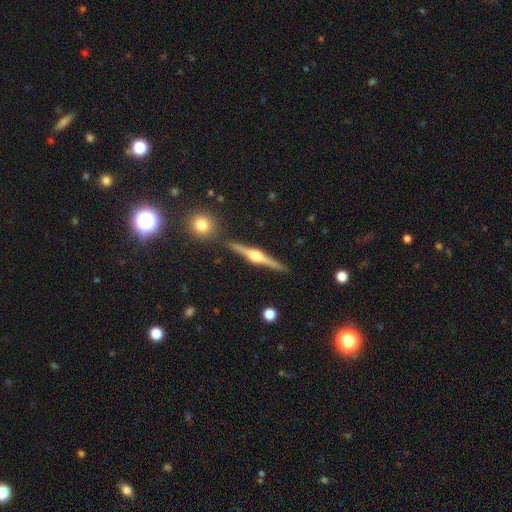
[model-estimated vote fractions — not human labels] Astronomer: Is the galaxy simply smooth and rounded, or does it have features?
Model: featured or disk — 85%.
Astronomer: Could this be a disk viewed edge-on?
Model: yes — 98%.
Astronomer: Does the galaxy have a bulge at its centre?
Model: rounded — 93%.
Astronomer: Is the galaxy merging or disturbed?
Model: none — 88%.